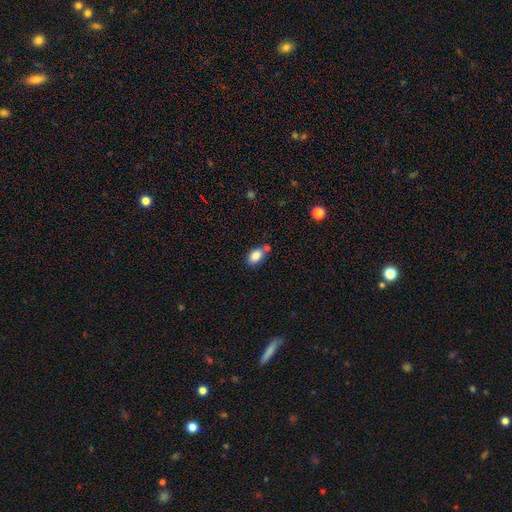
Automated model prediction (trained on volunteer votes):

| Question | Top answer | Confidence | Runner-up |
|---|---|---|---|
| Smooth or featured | smooth | 85% | star or artifact (9%) |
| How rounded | in between | 87% | round (11%) |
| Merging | none | 60% | merger (19%) |